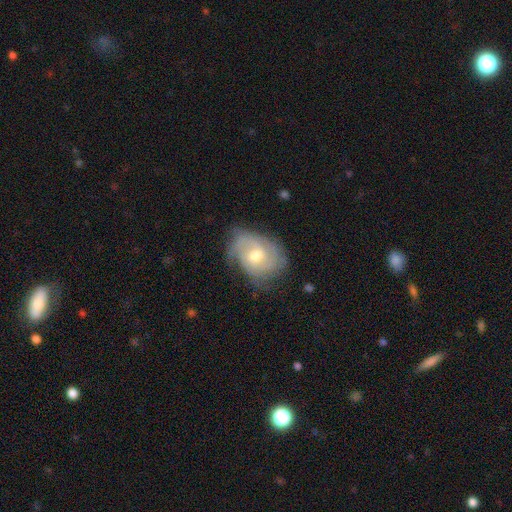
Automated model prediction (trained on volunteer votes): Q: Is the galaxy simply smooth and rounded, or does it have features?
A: featured or disk — 75%.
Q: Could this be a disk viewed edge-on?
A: no — 97%.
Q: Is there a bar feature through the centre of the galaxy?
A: no — 67%.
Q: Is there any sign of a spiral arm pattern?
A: yes — 91%.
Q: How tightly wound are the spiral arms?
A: tight — 58%.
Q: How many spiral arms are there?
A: can't tell — 33%.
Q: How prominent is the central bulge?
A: moderate — 69%.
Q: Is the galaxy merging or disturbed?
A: none — 66%.